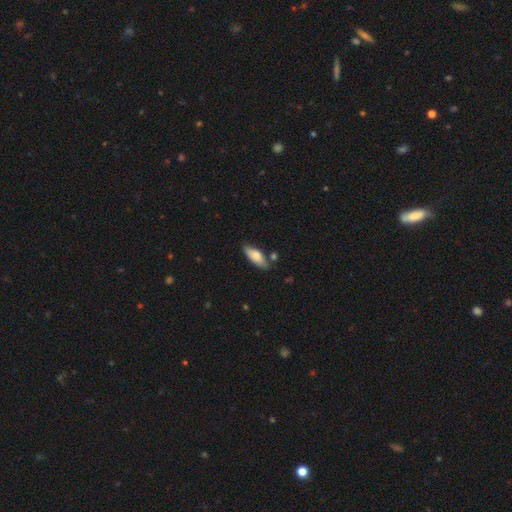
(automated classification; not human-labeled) Morphology: type=smooth (76%); roundness=in between (73%); merging=none (74%).